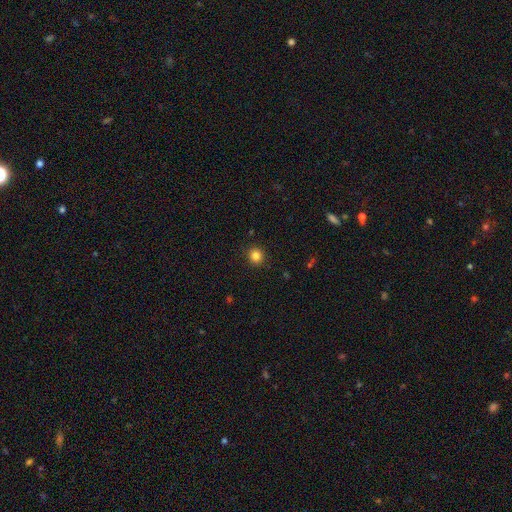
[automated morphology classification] Smooth or featured? Predicted: smooth (p=0.84). How rounded? Predicted: round (p=0.91). Merging? Predicted: none (p=0.91).